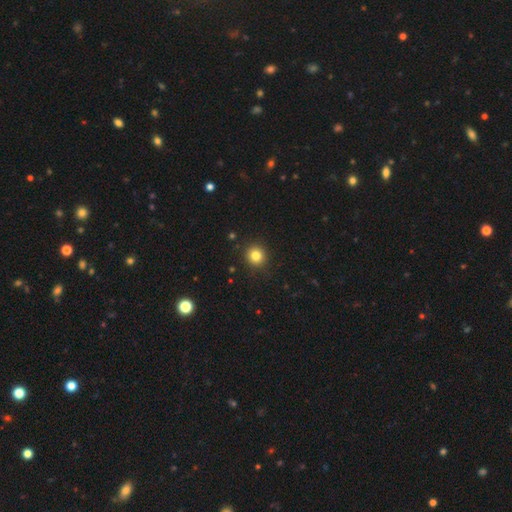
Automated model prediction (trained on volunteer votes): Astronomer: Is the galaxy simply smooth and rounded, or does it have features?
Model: smooth — 82%.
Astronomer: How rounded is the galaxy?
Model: round — 92%.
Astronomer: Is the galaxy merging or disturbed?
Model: none — 91%.